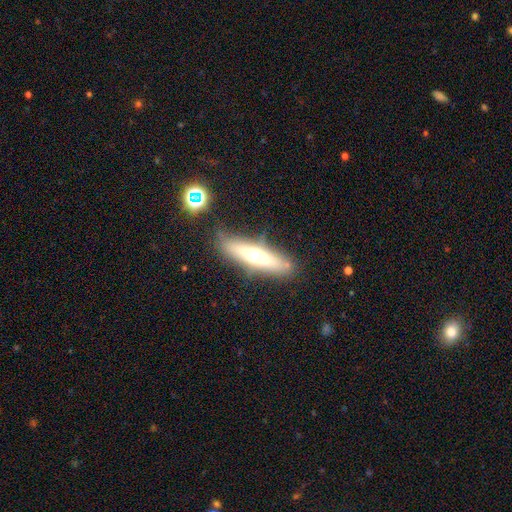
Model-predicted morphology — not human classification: The model was most divided on "smooth or featured": featured or disk: 47%, smooth: 45%, star or artifact: 8%. More confident: merging — none (78%).